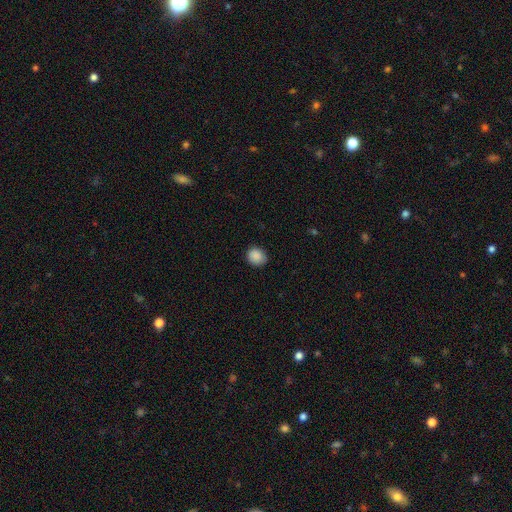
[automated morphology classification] Smooth or featured? Predicted: smooth (p=0.88). How rounded? Predicted: round (p=0.71). Merging? Predicted: none (p=0.82).